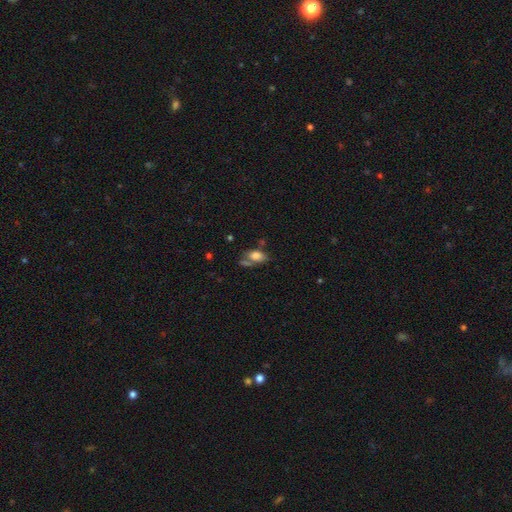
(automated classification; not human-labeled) Smooth or featured?
  - smooth: 78% *
  - featured or disk: 12%
  - star or artifact: 10%
How rounded?
  - in between: 87% *
  - round: 9%
  - cigar-shaped: 4%
Merging?
  - none: 48% *
  - merger: 22%
  - minor disturbance: 20%
  - major disturbance: 10%